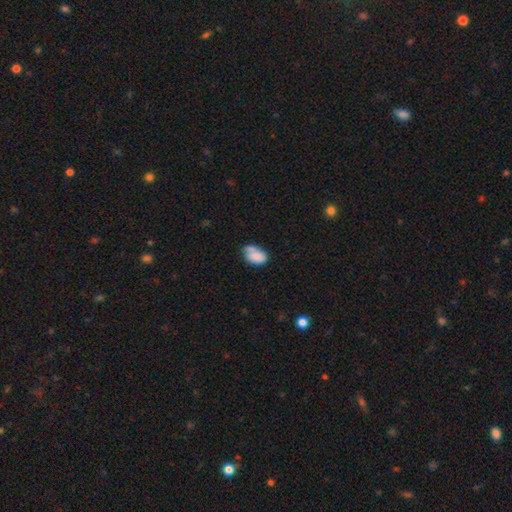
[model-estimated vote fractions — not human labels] Overall: smooth (79%). How rounded: in between (87%). Merging: none (43%; minor disturbance 28%).